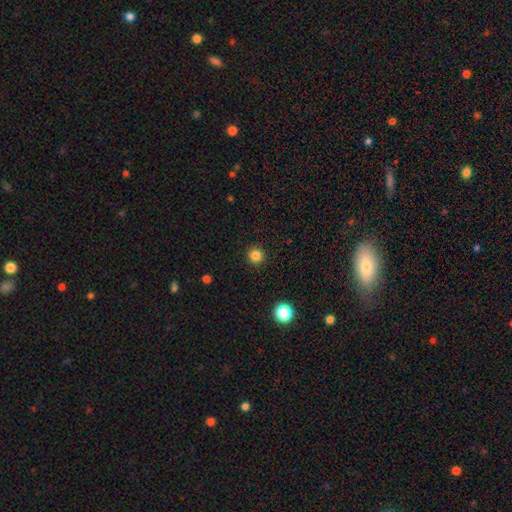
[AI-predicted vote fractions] This is clearly a smooth galaxy (83%). How rounded: clearly round (95%). Merging: clearly none (92%).